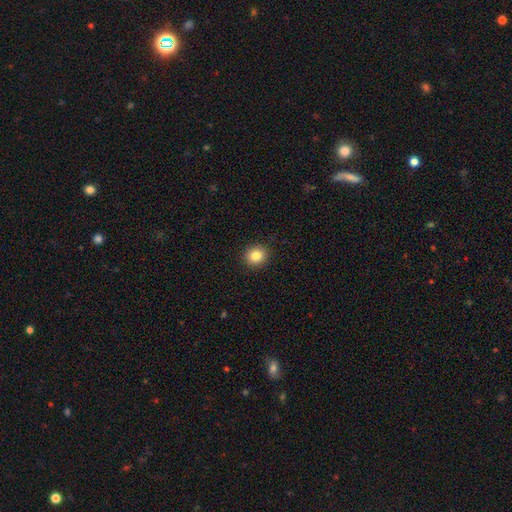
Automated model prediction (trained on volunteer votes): A smooth galaxy with no disk features (84%) that is round (84%). Merging: none (92%).